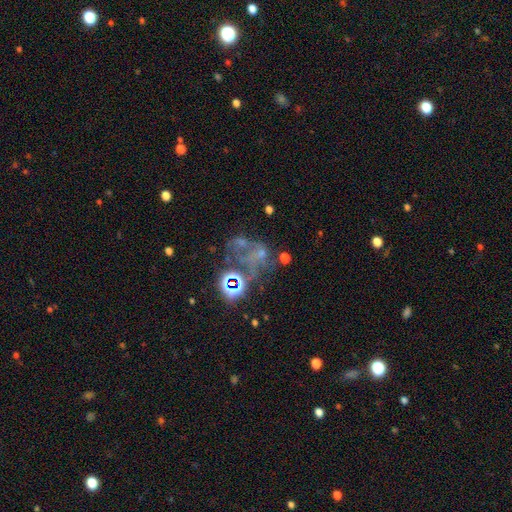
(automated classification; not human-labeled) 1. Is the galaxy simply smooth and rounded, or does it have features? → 47% star or artifact, 35% featured or disk, 19% smooth.